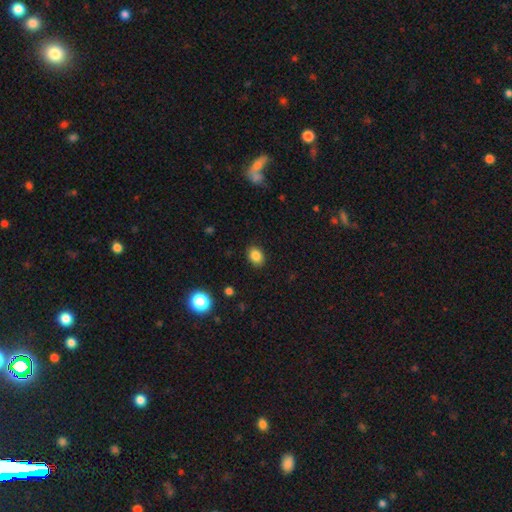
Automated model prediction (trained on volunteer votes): Q: Smooth or featured?
A: smooth (85%); runner-up: star or artifact (11%)
Q: How rounded?
A: in between (61%); runner-up: round (38%)
Q: Merging?
A: none (88%); runner-up: minor disturbance (8%)